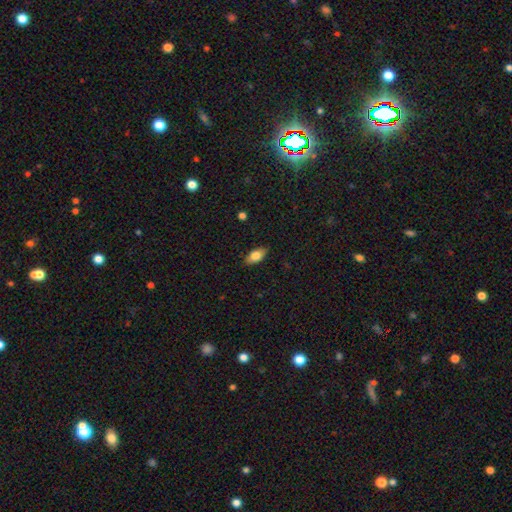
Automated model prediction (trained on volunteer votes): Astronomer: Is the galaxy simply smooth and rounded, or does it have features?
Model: smooth — 78%.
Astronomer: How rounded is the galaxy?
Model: in between — 89%.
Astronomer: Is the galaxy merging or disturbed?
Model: none — 87%.